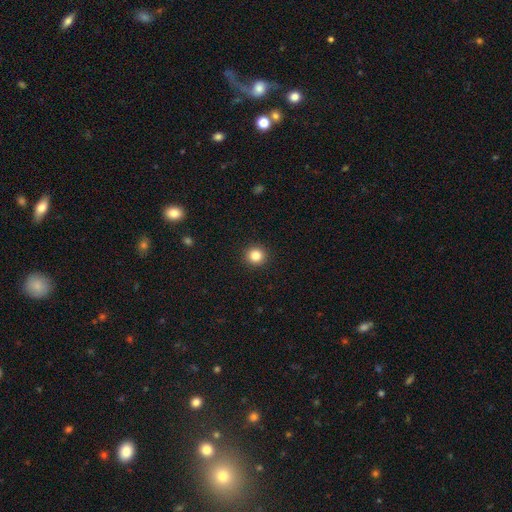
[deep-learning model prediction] Smooth or featured: smooth — 84% (star or artifact — 11%)
How rounded: round — 94% (in between — 5%)
Merging: none — 93% (minor disturbance — 4%)